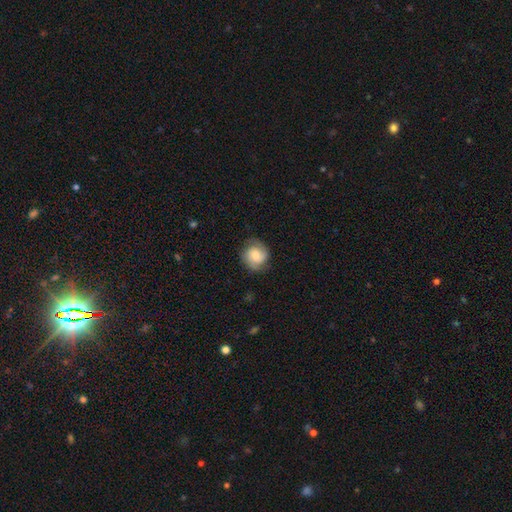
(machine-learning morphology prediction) A smooth galaxy with no disk features (53%) that is round (84%). Merging: none (74%).